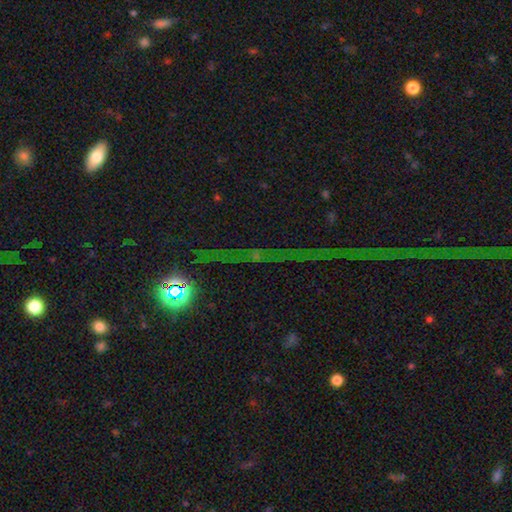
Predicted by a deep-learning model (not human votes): Smooth or featured?
  - star or artifact: 74% *
  - smooth: 15%
  - featured or disk: 11%